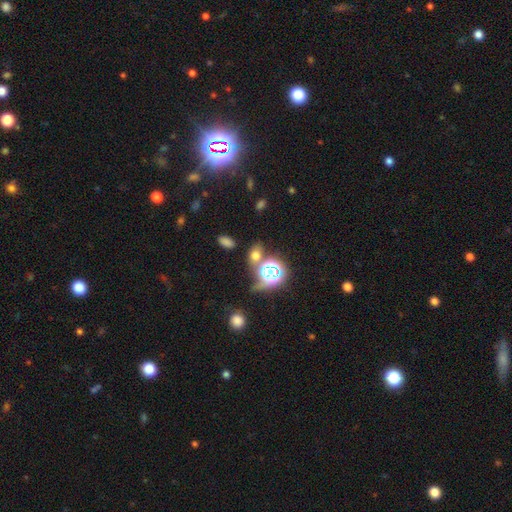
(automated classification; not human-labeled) Smooth or featured: smooth — 52% (star or artifact — 38%)
How rounded: in between — 59% (round — 38%)
Merging: none — 62% (merger — 20%)